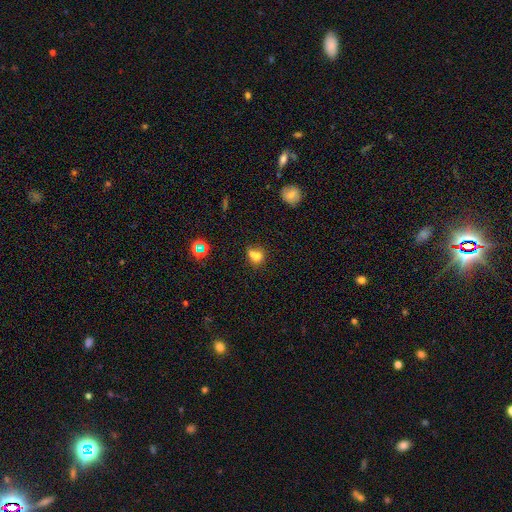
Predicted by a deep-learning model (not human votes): smooth 68%, featured or disk 16%, star or artifact 16%. Down the decision tree: how rounded — round (70%); merging — merger (48%).